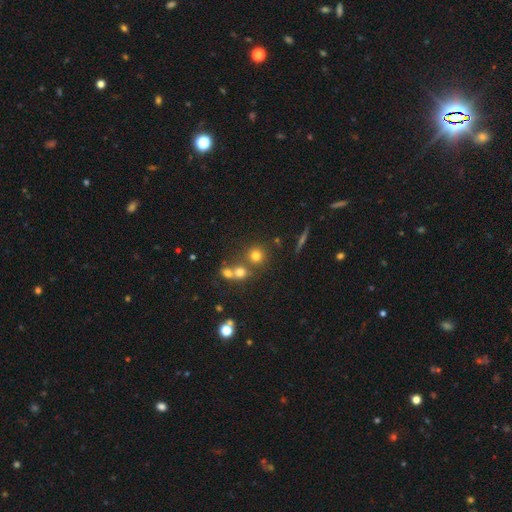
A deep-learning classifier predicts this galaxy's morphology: The model was most divided on "merging": none: 62%, merger: 26%, minor disturbance: 8%, major disturbance: 4%. More confident: how rounded — round (89%); smooth or featured — smooth (71%).